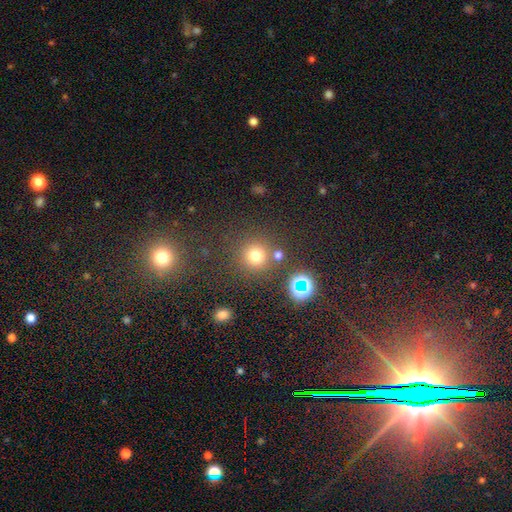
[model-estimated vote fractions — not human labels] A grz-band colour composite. It shows a smooth galaxy with no disk features (72%) that is round (93%). Merging: none (78%).